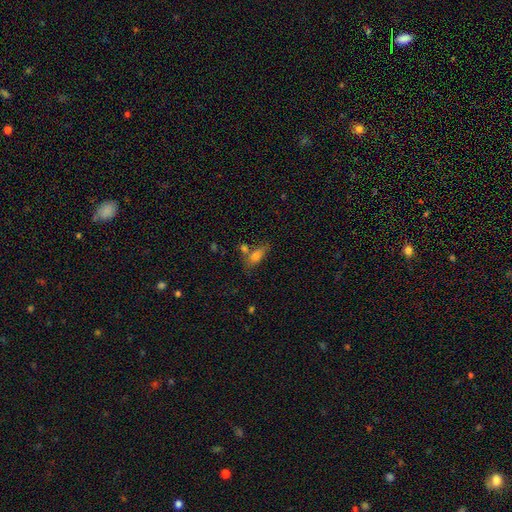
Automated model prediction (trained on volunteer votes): The model was most divided on "merging": none: 49%, merger: 25%, minor disturbance: 18%, major disturbance: 8%. More confident: how rounded — in between (73%); smooth or featured — smooth (72%).